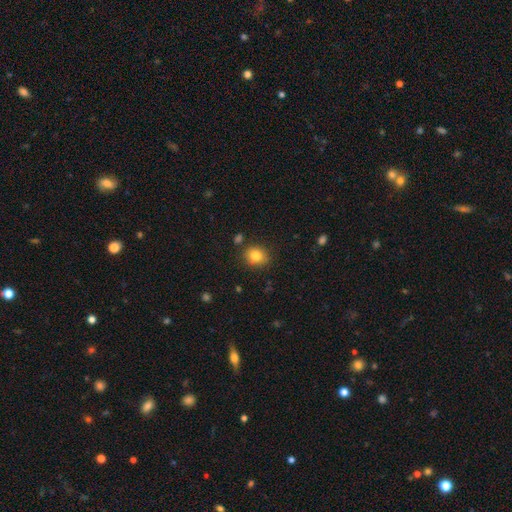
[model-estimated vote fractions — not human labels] Smooth or featured?
  - smooth: 81% *
  - star or artifact: 11%
  - featured or disk: 8%
How rounded?
  - round: 74% *
  - in between: 25%
  - cigar-shaped: 1%
Merging?
  - none: 85% *
  - minor disturbance: 10%
  - merger: 3%
  - major disturbance: 3%